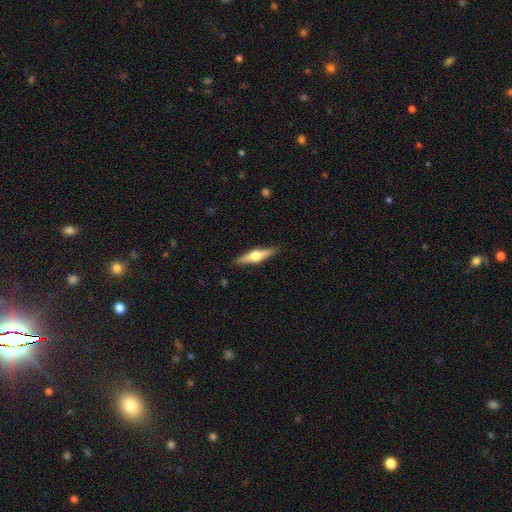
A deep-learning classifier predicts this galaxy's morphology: type=featured or disk (62%); edge-on=yes (97%); edge-on bulge=rounded (94%); merging=none (90%).